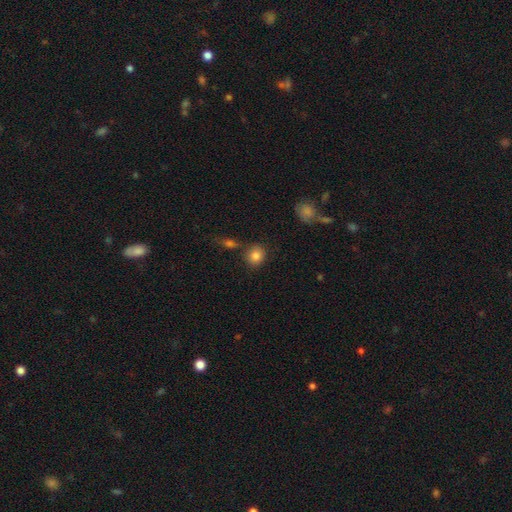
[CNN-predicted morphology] type=smooth (84%); roundness=round (73%); merging=none (76%).